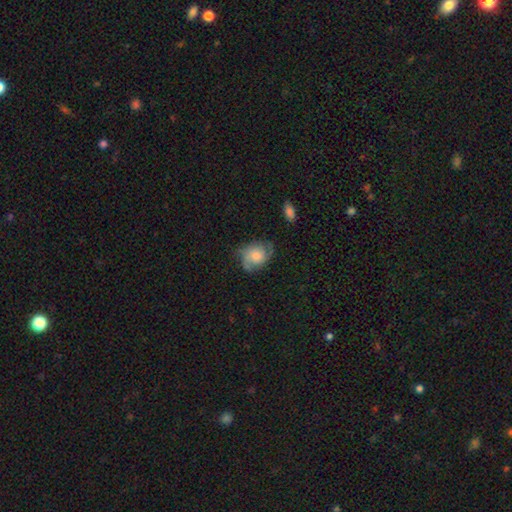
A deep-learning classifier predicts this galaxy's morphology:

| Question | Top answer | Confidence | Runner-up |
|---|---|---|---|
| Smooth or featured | featured or disk | 57% | smooth (35%) |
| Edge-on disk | no | 97% | yes (3%) |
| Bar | no | 79% | weak (18%) |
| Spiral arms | yes | 88% | no (12%) |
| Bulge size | moderate | 49% | small (27%) |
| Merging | none | 61% | minor disturbance (26%) |